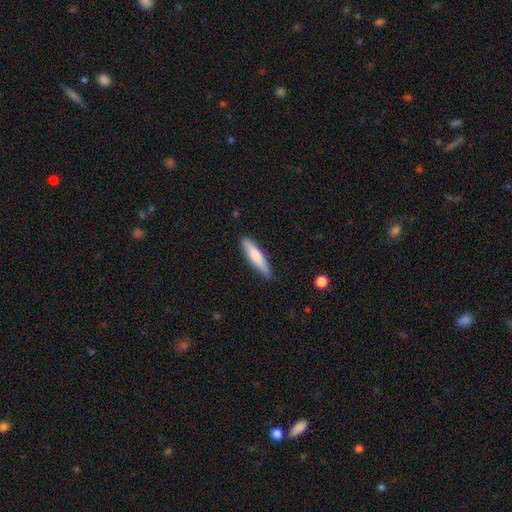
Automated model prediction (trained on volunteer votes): Smooth or featured?
  - smooth: 69% *
  - featured or disk: 26%
  - star or artifact: 5%
How rounded?
  - cigar-shaped: 82% *
  - in between: 16%
  - round: 1%
Merging?
  - none: 83% *
  - minor disturbance: 14%
  - major disturbance: 2%
  - merger: 1%